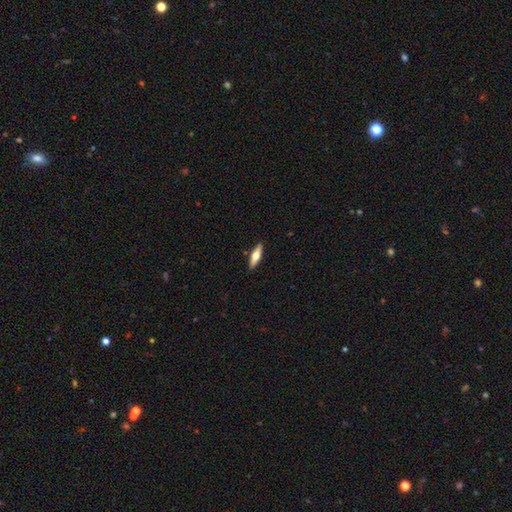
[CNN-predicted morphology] Smooth or featured? Predicted: smooth (p=0.49). Merging? Predicted: none (p=0.90).